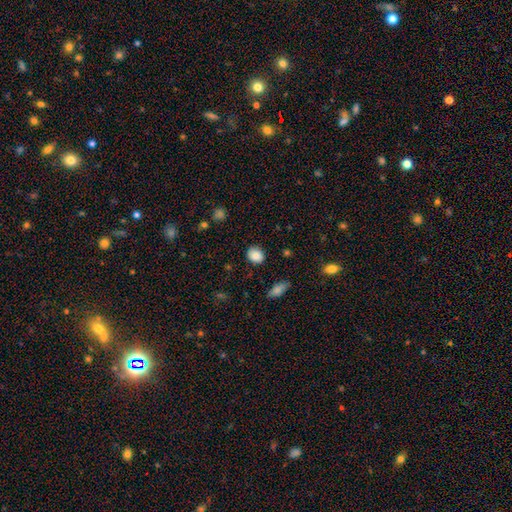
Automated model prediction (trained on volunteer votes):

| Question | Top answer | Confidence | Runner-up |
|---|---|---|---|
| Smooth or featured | smooth | 85% | star or artifact (9%) |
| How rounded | round | 58% | in between (41%) |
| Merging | none | 84% | minor disturbance (12%) |